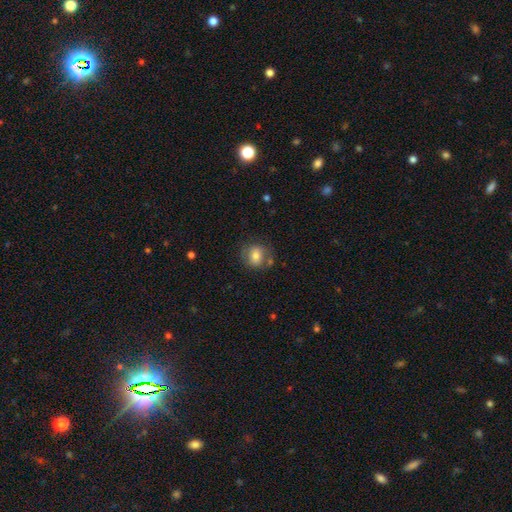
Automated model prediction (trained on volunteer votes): Smooth or featured?
  - smooth: 70% *
  - featured or disk: 21%
  - star or artifact: 9%
How rounded?
  - round: 66% *
  - in between: 32%
  - cigar-shaped: 1%
Merging?
  - none: 67% *
  - minor disturbance: 18%
  - major disturbance: 8%
  - merger: 7%